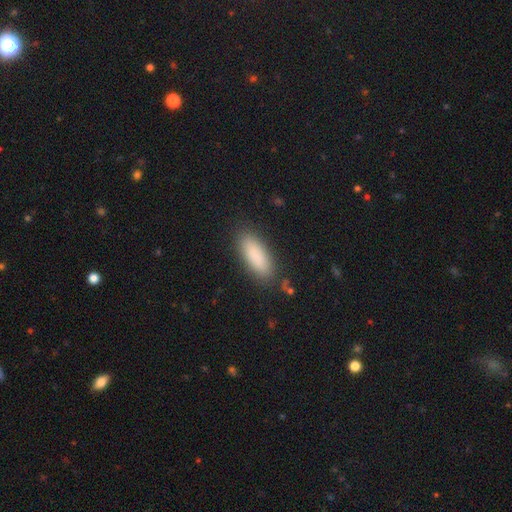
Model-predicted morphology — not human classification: Smooth or featured?
  - smooth: 88% *
  - star or artifact: 6%
  - featured or disk: 6%
How rounded?
  - in between: 69% *
  - cigar-shaped: 29%
  - round: 2%
Merging?
  - none: 86% *
  - minor disturbance: 10%
  - major disturbance: 3%
  - merger: 2%